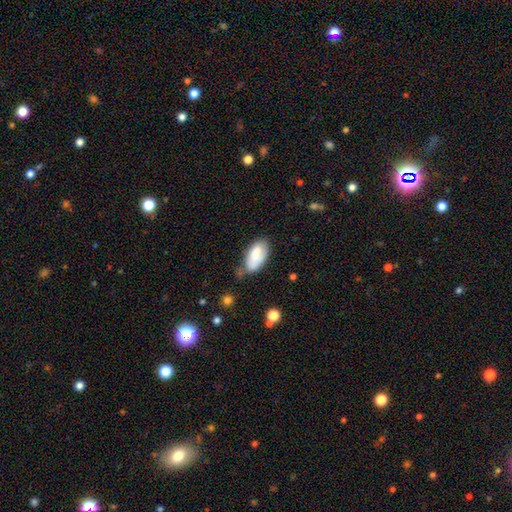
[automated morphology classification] Q: Smooth or featured?
A: smooth (76%); runner-up: featured or disk (17%)
Q: How rounded?
A: in between (93%); runner-up: cigar-shaped (5%)
Q: Merging?
A: none (49%); runner-up: minor disturbance (35%)